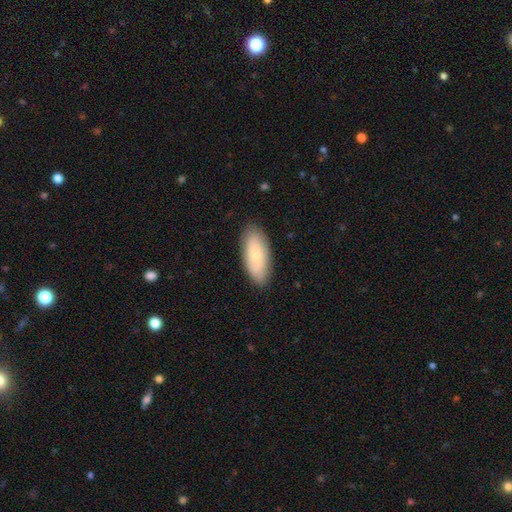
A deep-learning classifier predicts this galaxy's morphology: smooth_or_featured: smooth (p=0.66) [alt: featured or disk p=0.28]
how_rounded: in between (p=0.85) [alt: cigar-shaped p=0.12]
merging: none (p=0.85) [alt: minor disturbance p=0.12]